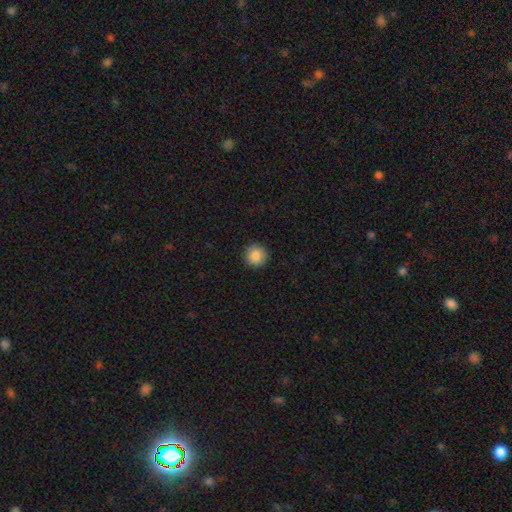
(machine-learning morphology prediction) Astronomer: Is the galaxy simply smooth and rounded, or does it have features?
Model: smooth — 87%.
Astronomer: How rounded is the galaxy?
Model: round — 95%.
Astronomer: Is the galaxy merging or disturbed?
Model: none — 92%.